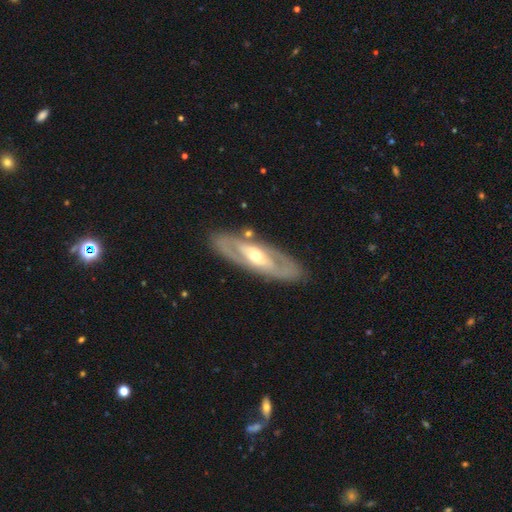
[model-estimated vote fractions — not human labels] Smooth or featured?
  - featured or disk: 77% *
  - smooth: 18%
  - star or artifact: 5%
Edge-on disk?
  - no: 82% *
  - yes: 18%
Bar?
  - no: 56% *
  - weak: 24%
  - strong: 19%
Spiral arms?
  - yes: 53% *
  - no: 47%
Bulge size?
  - moderate: 52% *
  - small: 42%
  - large: 4%
  - dominant: 1%
  - none: 1%
Merging?
  - none: 84% *
  - minor disturbance: 10%
  - major disturbance: 4%
  - merger: 2%